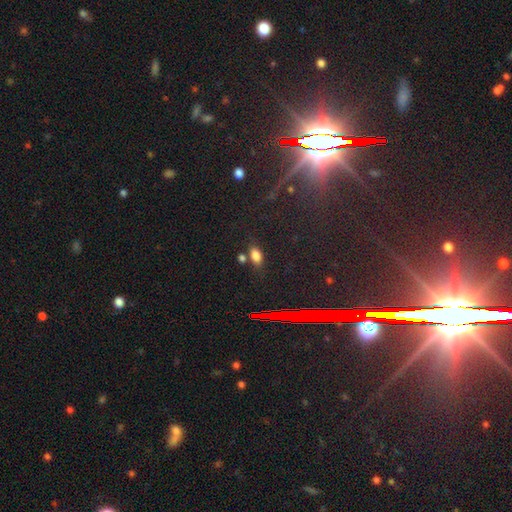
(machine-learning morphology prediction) smooth 77%, star or artifact 15%, featured or disk 8%. Down the decision tree: how rounded — in between (87%); merging — none (71%).